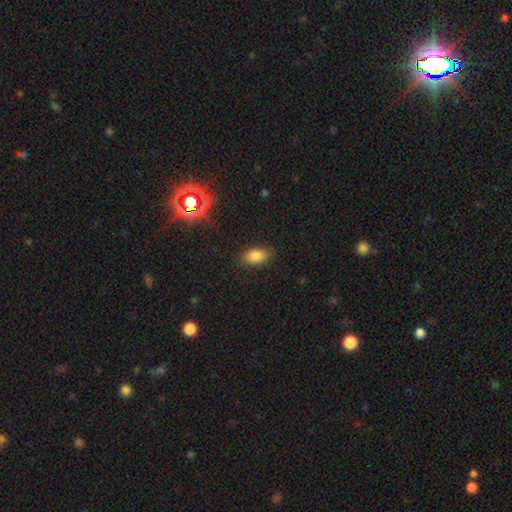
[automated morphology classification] A smooth galaxy with no disk features (82%) that is in between round and cigar-shaped (90%). Merging: none (85%).